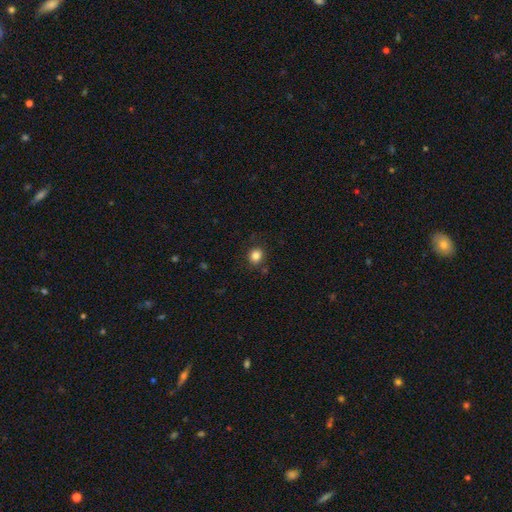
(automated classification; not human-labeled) smooth-or-featured: smooth: 84% | star or artifact: 11% | featured or disk: 5%
  how-rounded: round: 79% | in between: 20% | cigar-shaped: 1%
  merging: none: 85% | minor disturbance: 10% | major disturbance: 3% | merger: 2%